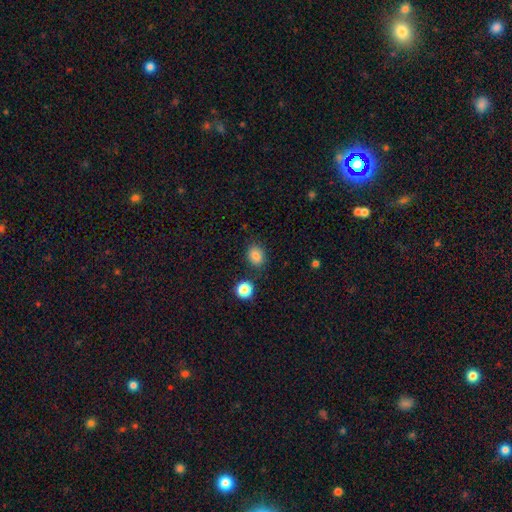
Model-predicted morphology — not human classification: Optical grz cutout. It shows a smooth galaxy with no disk features (84%) that is in between round and cigar-shaped (51%). Merging: none (81%).